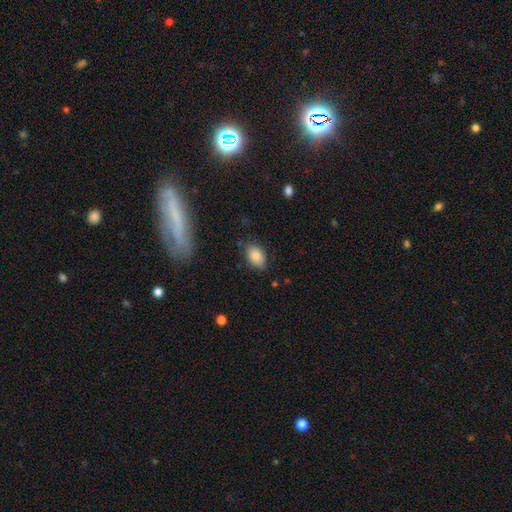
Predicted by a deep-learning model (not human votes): Overall: smooth (84%). How rounded: in between (89%). Merging: none (77%).